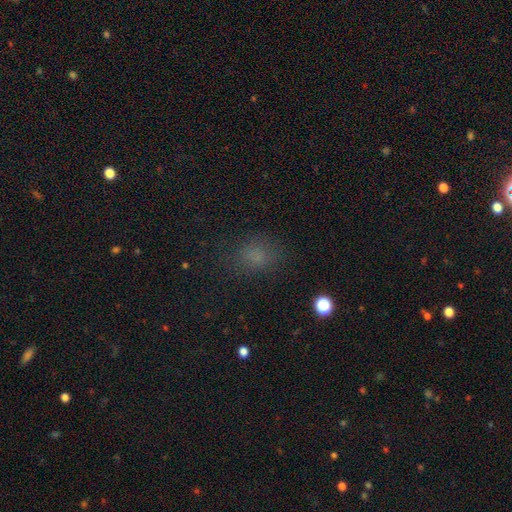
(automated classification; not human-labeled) This is likely a smooth galaxy (72%). How rounded: possibly in between (56%). Merging: likely none (74%).